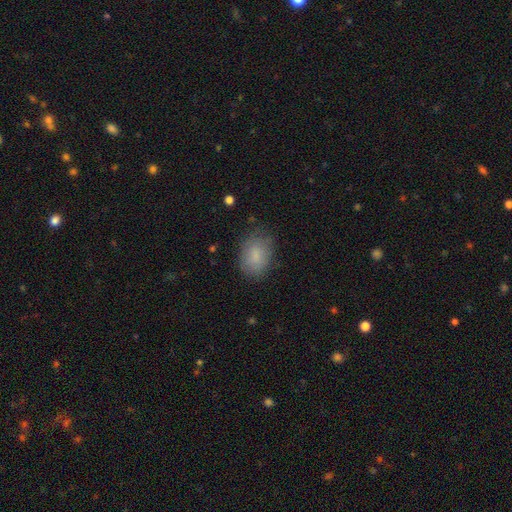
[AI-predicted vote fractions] Smooth or featured? smooth (83%)
How rounded? in between (78%)
Merging? none (74%)